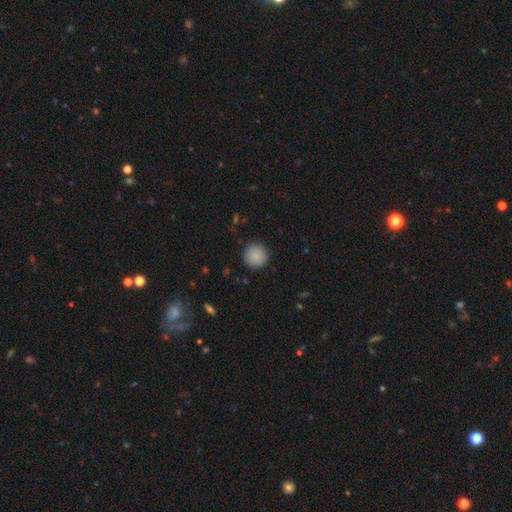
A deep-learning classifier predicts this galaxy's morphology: Overall: smooth (87%). How rounded: round (95%). Merging: none (90%).